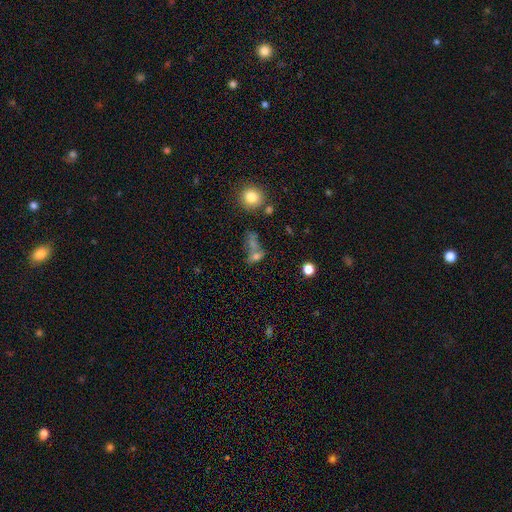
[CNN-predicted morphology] Q: Smooth or featured?
A: smooth (62%); runner-up: featured or disk (20%)
Q: How rounded?
A: in between (62%); runner-up: round (26%)
Q: Merging?
A: merger (42%); runner-up: none (33%)